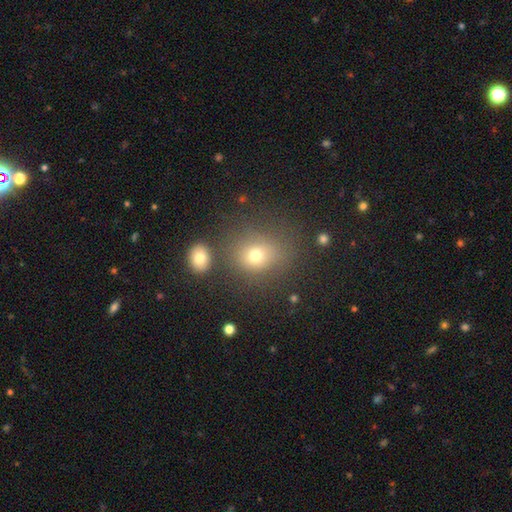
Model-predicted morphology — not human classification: Smooth or featured? Predicted: smooth (p=0.70). How rounded? Predicted: round (p=0.71). Merging? Predicted: none (p=0.69).